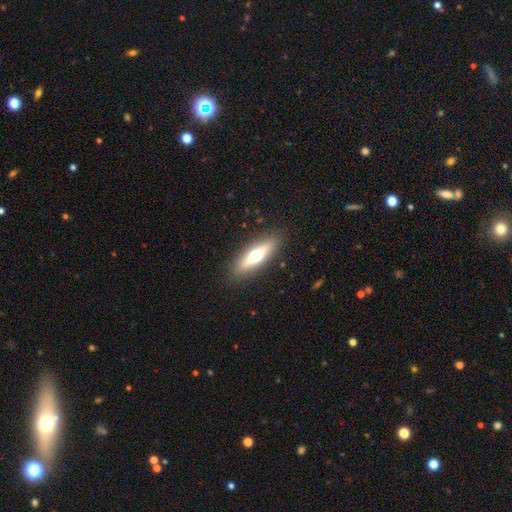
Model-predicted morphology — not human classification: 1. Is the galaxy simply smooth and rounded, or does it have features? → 47% featured or disk, 46% smooth, 7% star or artifact.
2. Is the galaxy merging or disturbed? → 88% none, 8% minor disturbance, 2% major disturbance, 1% merger.